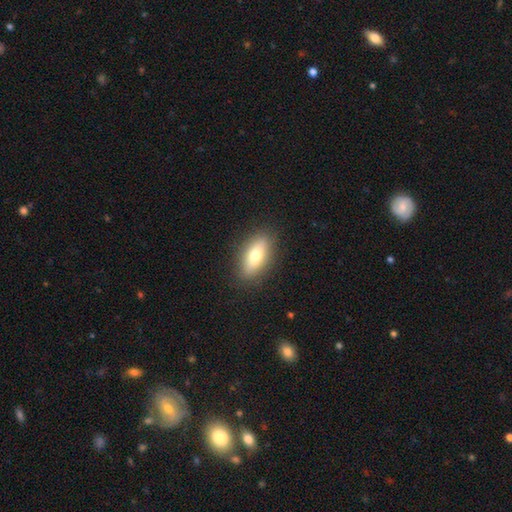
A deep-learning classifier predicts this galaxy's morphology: type=smooth (68%); roundness=in between (79%); merging=none (87%).